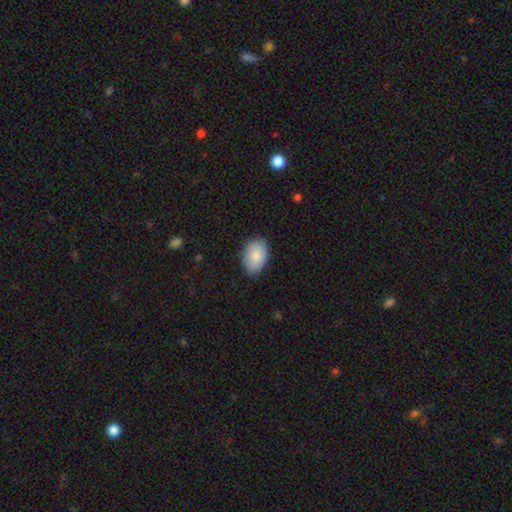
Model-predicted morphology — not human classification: smooth-or-featured: smooth: 85% | featured or disk: 9% | star or artifact: 6%
  how-rounded: in between: 87% | round: 12% | cigar-shaped: 1%
  merging: none: 80% | minor disturbance: 16% | major disturbance: 3% | merger: 1%